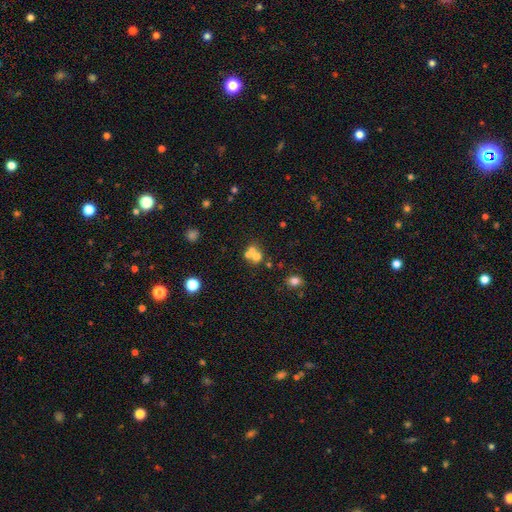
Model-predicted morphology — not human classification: smooth-or-featured: smooth: 56% | featured or disk: 25% | star or artifact: 19%
  how-rounded: round: 77% | in between: 22% | cigar-shaped: 1%
  merging: merger: 56% | none: 34% | minor disturbance: 6% | major disturbance: 5%